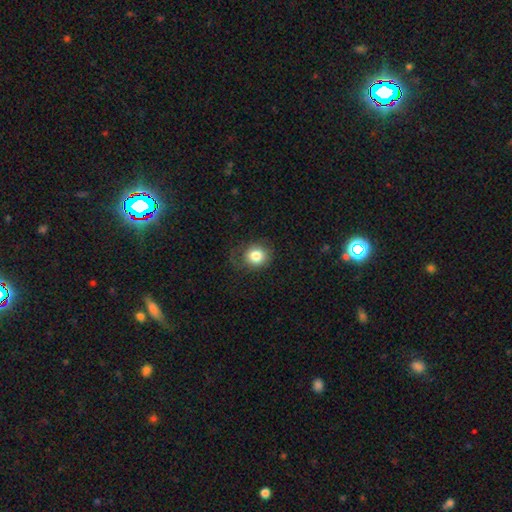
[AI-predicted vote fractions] This appears to be a smooth galaxy with no disk features (82%) that is round (76%). Merging: none (69%).